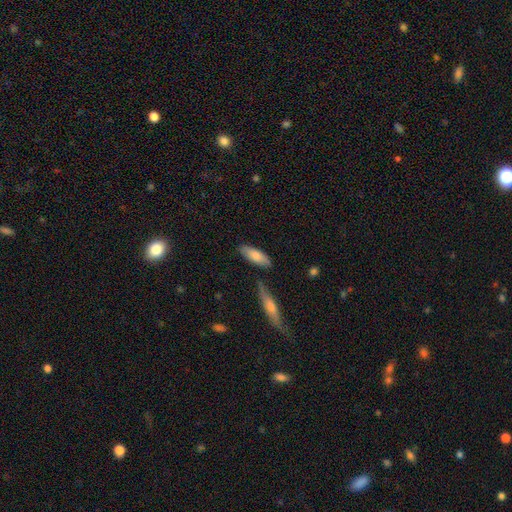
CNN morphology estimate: A smooth galaxy with no disk features (80%) that is in between round and cigar-shaped (66%). Merging: none (77%).